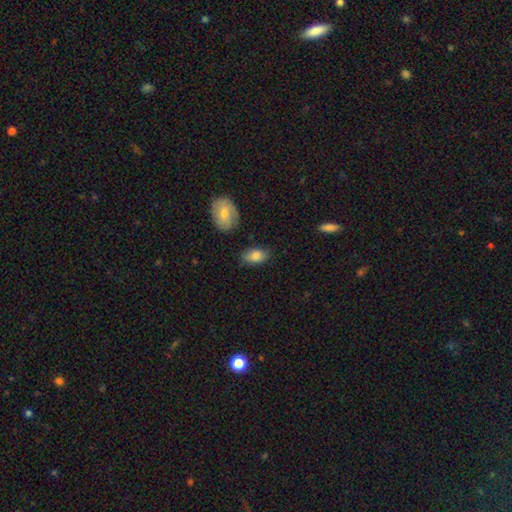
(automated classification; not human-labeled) This appears to be a smooth galaxy with no disk features (82%) that is in between round and cigar-shaped (91%). Merging: none (78%).